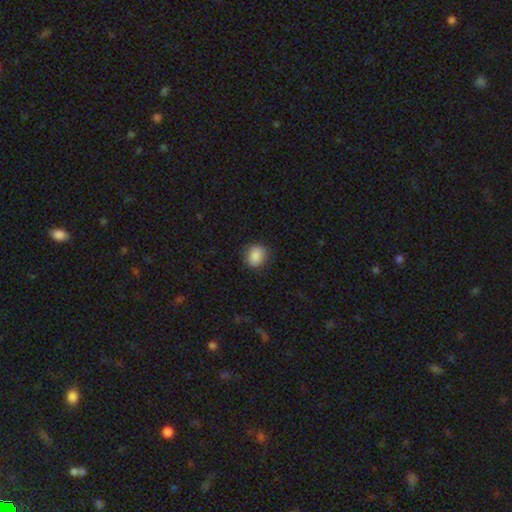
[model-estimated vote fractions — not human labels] Overall: smooth (88%). How rounded: round (68%; in between 31%). Merging: none (85%).